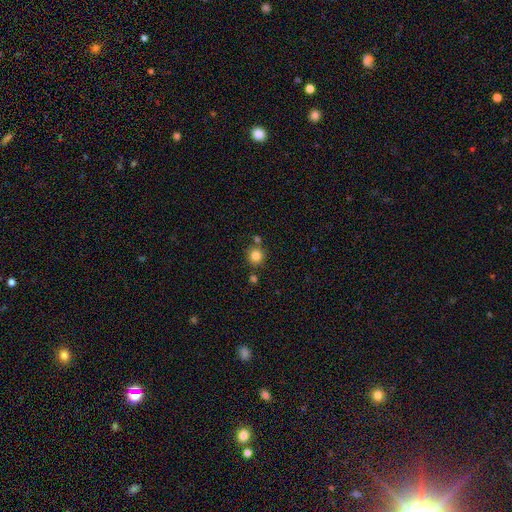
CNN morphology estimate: smooth_or_featured: smooth (p=0.83) [alt: star or artifact p=0.11]
how_rounded: round (p=0.93) [alt: in between p=0.06]
merging: none (p=0.76) [alt: merger p=0.12]